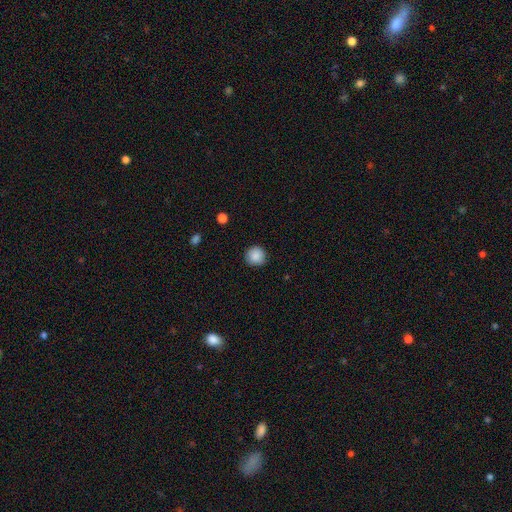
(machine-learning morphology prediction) smooth 88%, star or artifact 8%, featured or disk 4%. Down the decision tree: how rounded — round (94%); merging — none (90%).